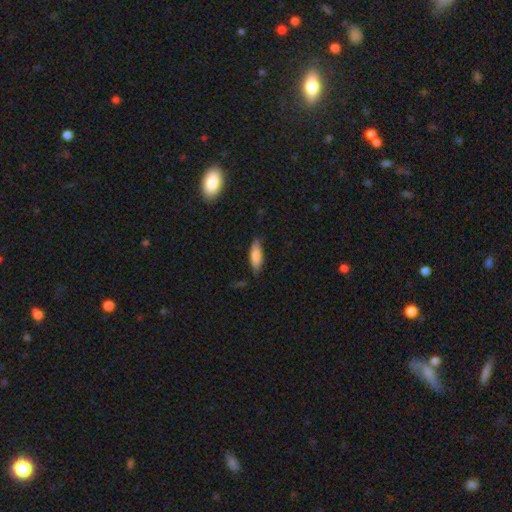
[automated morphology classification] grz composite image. It shows a smooth galaxy with no disk features (79%) that is in between round and cigar-shaped (51%). Merging: none (80%).